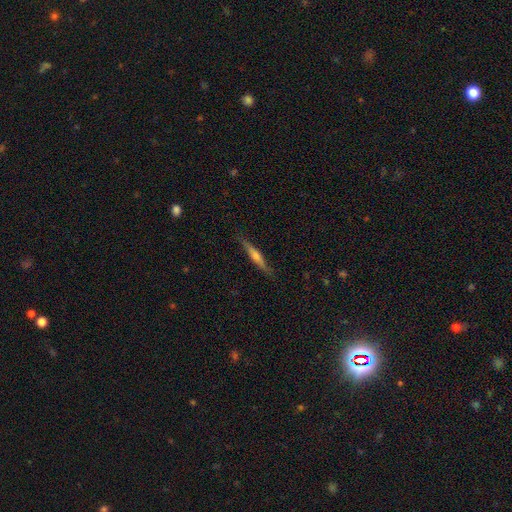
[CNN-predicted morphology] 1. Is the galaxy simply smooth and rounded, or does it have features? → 65% featured or disk, 28% smooth, 7% star or artifact.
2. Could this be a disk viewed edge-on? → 97% yes, 3% no.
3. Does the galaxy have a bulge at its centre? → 75% rounded, 14% none, 11% boxy.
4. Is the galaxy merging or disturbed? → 87% none, 10% minor disturbance, 2% major disturbance, 1% merger.